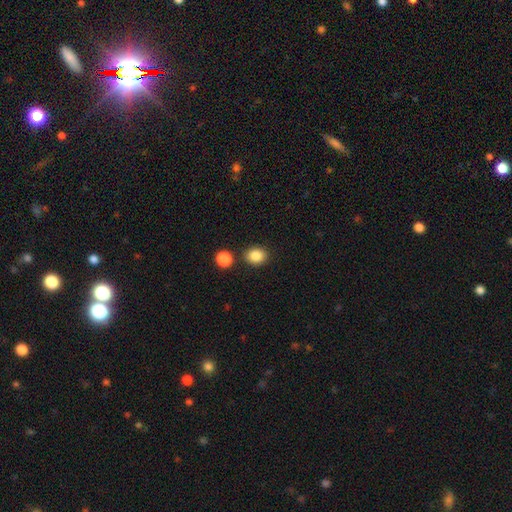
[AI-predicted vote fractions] Smooth or featured? Predicted: smooth (p=0.86). How rounded? Predicted: round (p=0.57). Merging? Predicted: none (p=0.83).